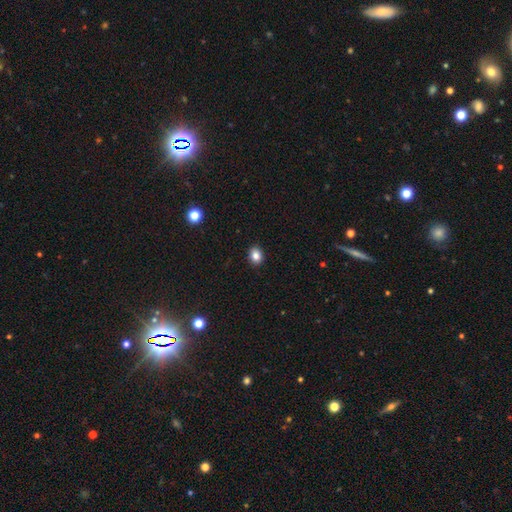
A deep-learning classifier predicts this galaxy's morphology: The model was most divided on "how rounded": round: 52%, in between: 47%, cigar-shaped: 1%. More confident: merging — none (91%); smooth or featured — smooth (84%).